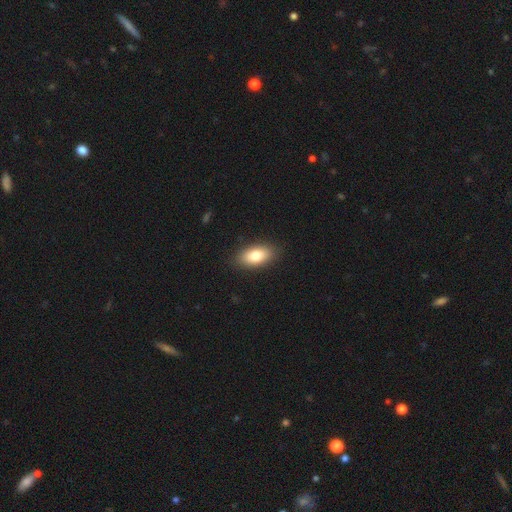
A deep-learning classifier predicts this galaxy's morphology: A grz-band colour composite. It shows a smooth galaxy with no disk features (79%) that is in between round and cigar-shaped (90%). Merging: none (88%).